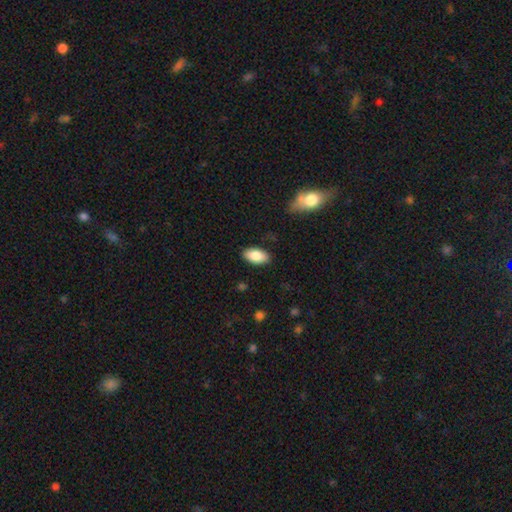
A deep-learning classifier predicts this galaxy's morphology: The model was most divided on "smooth or featured": smooth: 84%, featured or disk: 9%, star or artifact: 7%. More confident: how rounded — in between (94%); merging — none (87%).